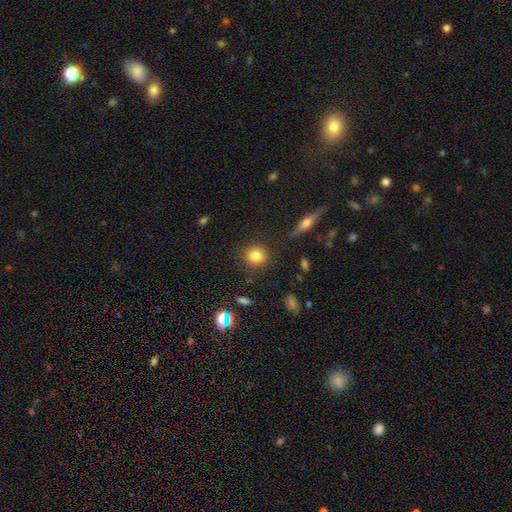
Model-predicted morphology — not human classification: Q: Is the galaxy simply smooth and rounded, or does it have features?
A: smooth — 83%.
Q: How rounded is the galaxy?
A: round — 85%.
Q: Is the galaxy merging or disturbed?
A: none — 87%.